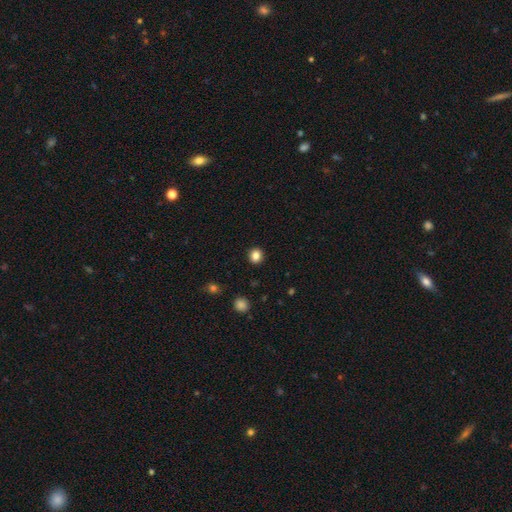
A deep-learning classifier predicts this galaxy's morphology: smooth-or-featured: smooth: 84% | star or artifact: 11% | featured or disk: 5%
  how-rounded: round: 86% | in between: 13% | cigar-shaped: 1%
  merging: none: 92% | minor disturbance: 5% | major disturbance: 2% | merger: 1%